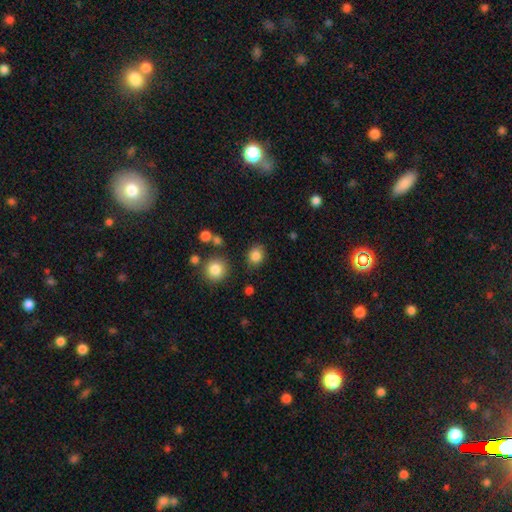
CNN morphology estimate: smooth_or_featured: smooth (p=0.84) [alt: star or artifact p=0.11]
how_rounded: round (p=0.68) [alt: in between p=0.31]
merging: none (p=0.82) [alt: minor disturbance p=0.11]